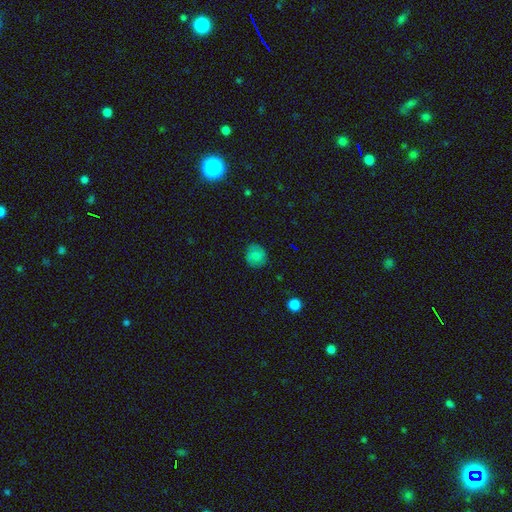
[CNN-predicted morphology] This appears to be a smooth galaxy with no disk features (77%) that is round (83%). Merging: none (82%).